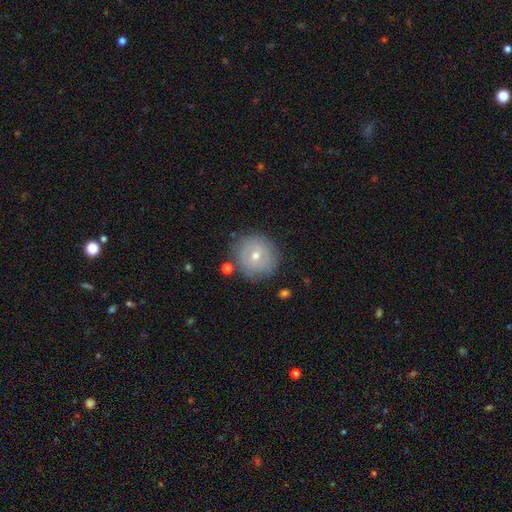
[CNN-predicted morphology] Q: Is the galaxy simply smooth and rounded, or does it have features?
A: featured or disk — 47%.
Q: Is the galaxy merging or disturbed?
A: none — 81%.